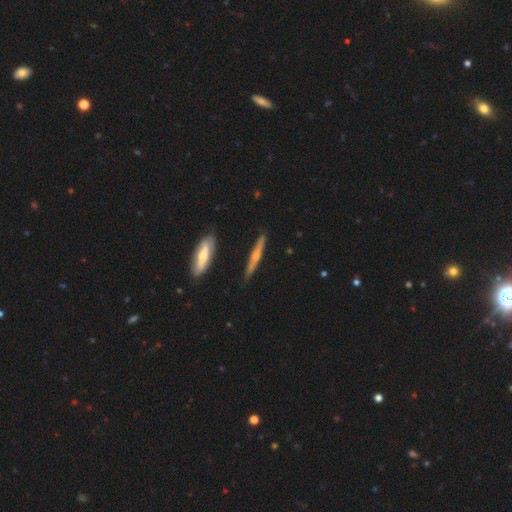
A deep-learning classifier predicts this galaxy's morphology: This appears to be a featured or disk galaxy (59%) viewed edge-on (96%) with a rounded central bulge (77%). Merging: none (87%).